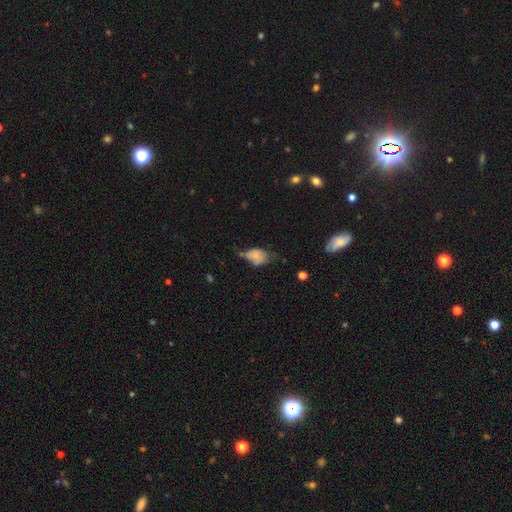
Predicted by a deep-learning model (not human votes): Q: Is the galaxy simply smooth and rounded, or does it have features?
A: smooth — 66%.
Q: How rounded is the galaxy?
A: in between — 82%.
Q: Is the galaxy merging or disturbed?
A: minor disturbance — 41%.